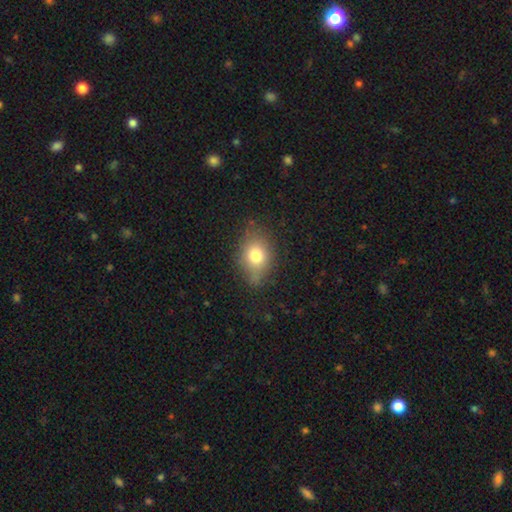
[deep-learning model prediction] A smooth galaxy with no disk features (75%) that is in between round and cigar-shaped (67%).

Vote fractions:
- Smooth or featured? smooth: 75% / featured or disk: 14% / star or artifact: 11%
- How rounded? in between: 67% / round: 32% / cigar-shaped: 2%
- Merging? none: 72% / minor disturbance: 21% / major disturbance: 6% / merger: 2%